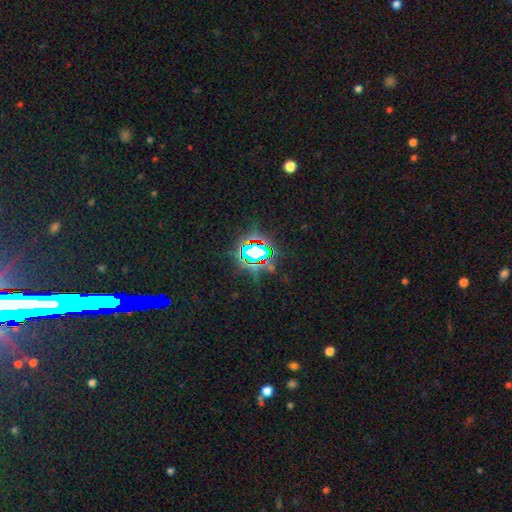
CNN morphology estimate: smooth-or-featured: star or artifact: 75% | smooth: 13% | featured or disk: 11%